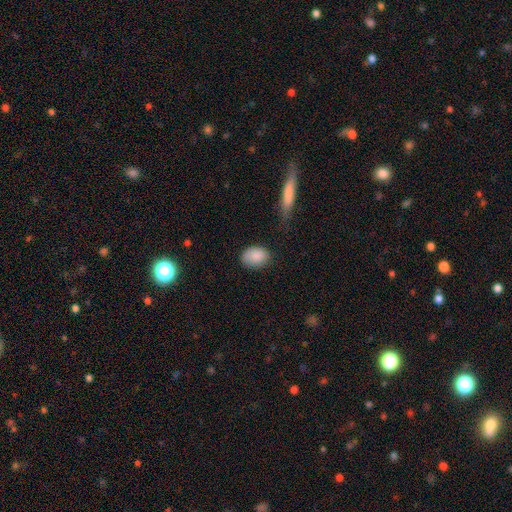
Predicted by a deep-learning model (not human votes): Overall: smooth (87%). How rounded: in between (76%). Merging: none (72%).